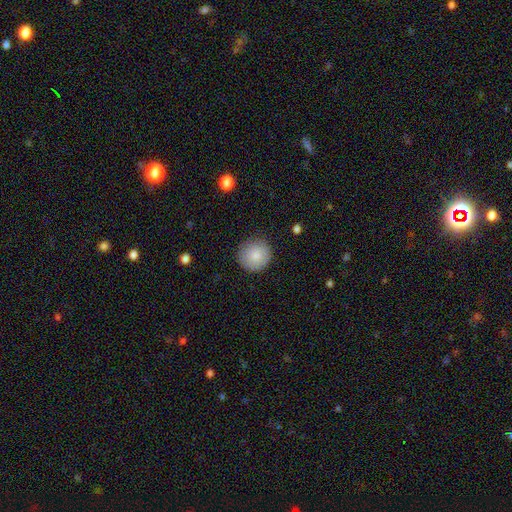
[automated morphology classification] type=smooth (85%); roundness=round (93%); merging=none (87%).